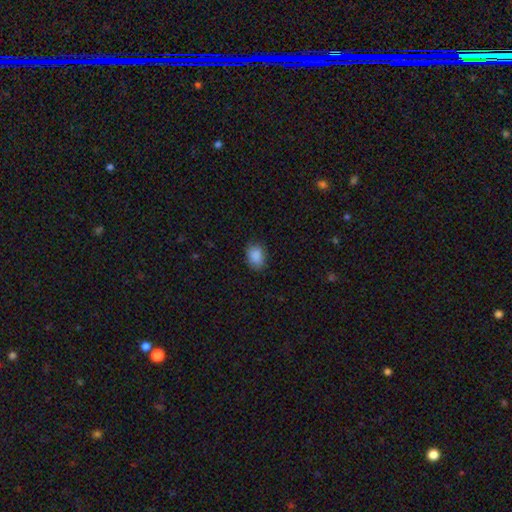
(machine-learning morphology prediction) A smooth galaxy with no disk features (88%) that is in between round and cigar-shaped (70%).

Vote fractions:
- Smooth or featured? smooth: 88% / star or artifact: 8% / featured or disk: 4%
- How rounded? in between: 70% / round: 29% / cigar-shaped: 1%
- Merging? none: 82% / minor disturbance: 14% / major disturbance: 3% / merger: 1%